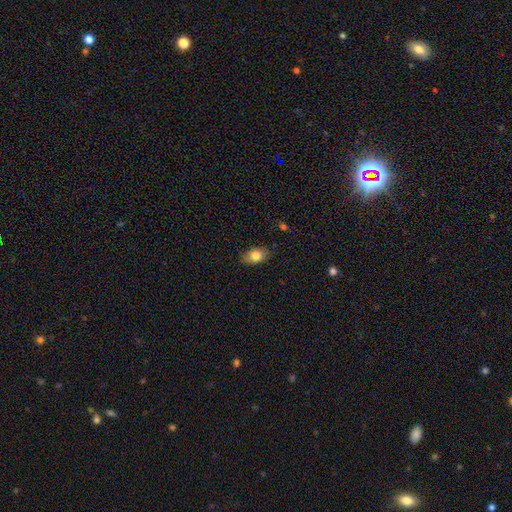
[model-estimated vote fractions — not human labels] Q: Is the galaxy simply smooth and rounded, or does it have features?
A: smooth — 83%.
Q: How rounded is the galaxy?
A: in between — 84%.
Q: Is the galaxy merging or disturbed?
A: none — 80%.